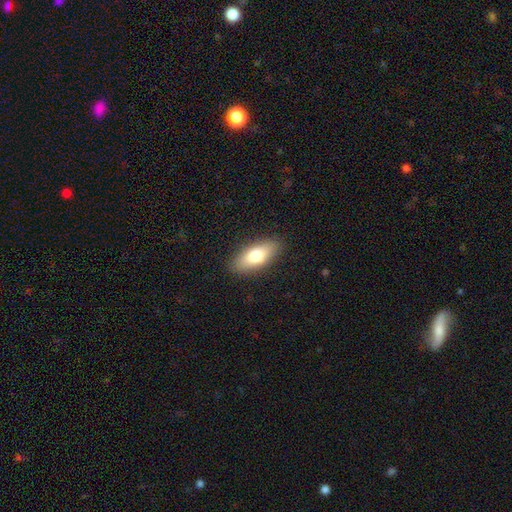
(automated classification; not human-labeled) This appears to be a smooth galaxy with no disk features (74%) that is in between round and cigar-shaped (77%). Merging: none (88%).